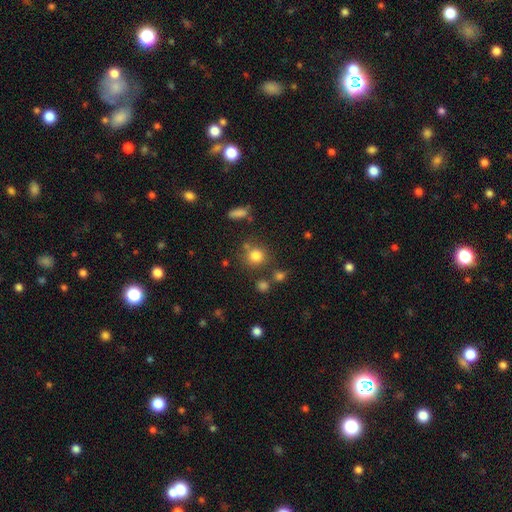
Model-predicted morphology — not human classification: Overall: smooth (79%). How rounded: round (87%). Merging: none (74%).